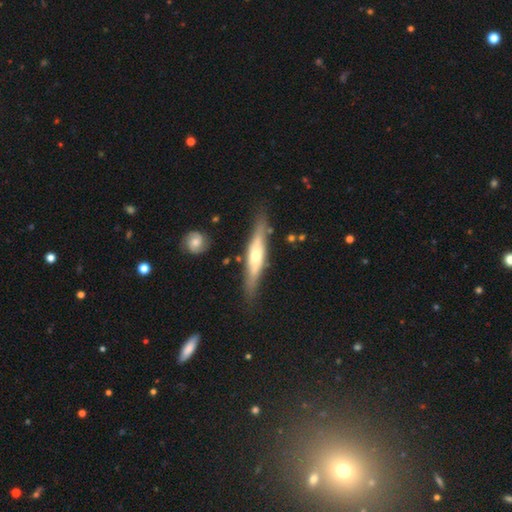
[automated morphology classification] This is possibly a featured or disk galaxy (58%). It is clearly viewed edge-on (86%). Merging: likely none (78%).